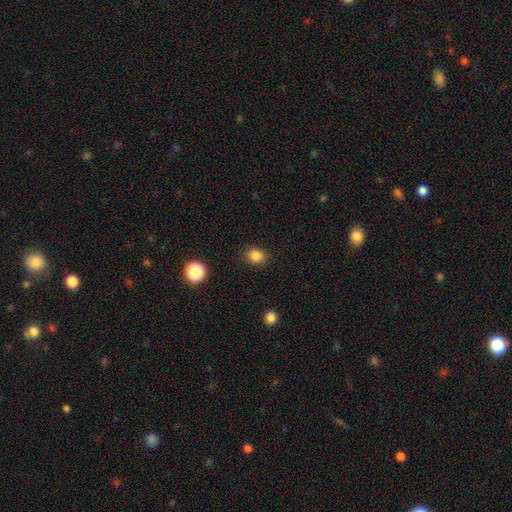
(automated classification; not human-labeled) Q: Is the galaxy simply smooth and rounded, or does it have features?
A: smooth — 84%.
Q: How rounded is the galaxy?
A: round — 58%.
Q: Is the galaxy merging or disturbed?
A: none — 87%.